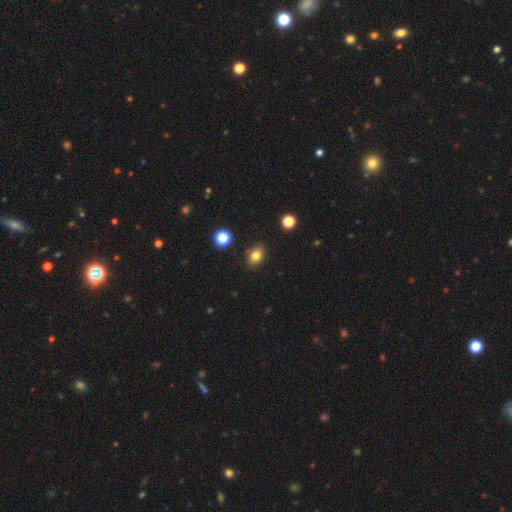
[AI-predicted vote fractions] A smooth galaxy with no disk features (80%) that is in between round and cigar-shaped (74%). Merging: none (85%).